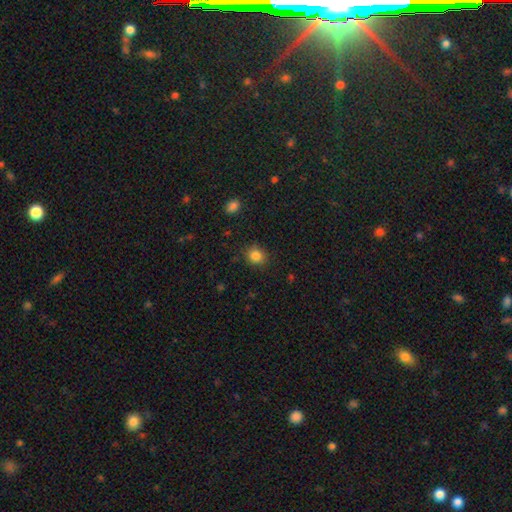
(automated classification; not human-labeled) Overall: smooth (84%). How rounded: round (82%). Merging: none (87%).